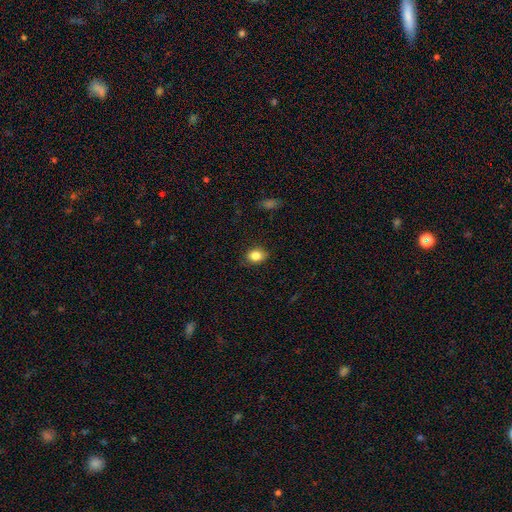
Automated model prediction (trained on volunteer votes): The model was most divided on "how rounded": in between: 59%, round: 40%, cigar-shaped: 1%. More confident: smooth or featured — smooth (84%); merging — none (83%).